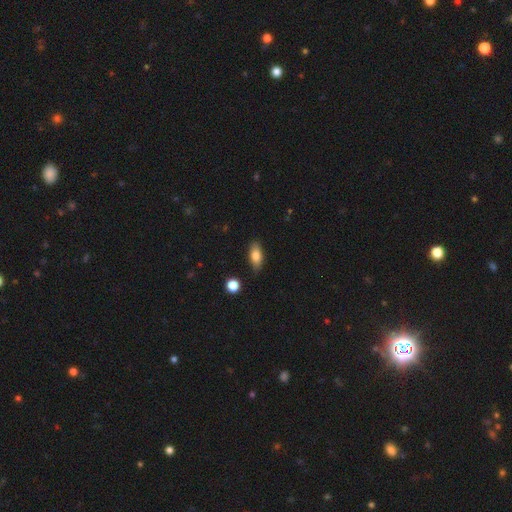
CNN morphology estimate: smooth_or_featured: smooth (p=0.80) [alt: featured or disk p=0.13]
how_rounded: in between (p=0.84) [alt: cigar-shaped p=0.11]
merging: none (p=0.83) [alt: minor disturbance p=0.13]